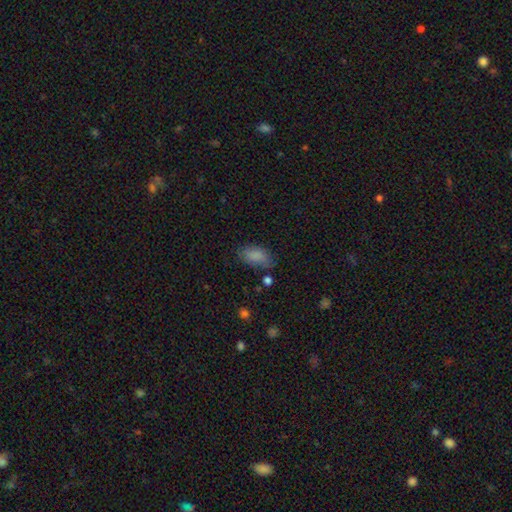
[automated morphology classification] Overall: smooth (85%). How rounded: in between (93%). Merging: none (70%).